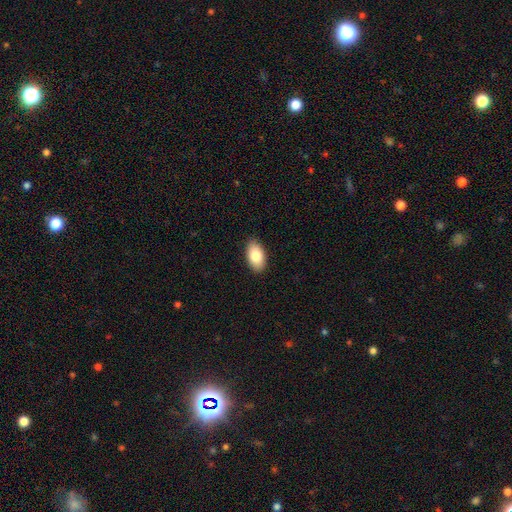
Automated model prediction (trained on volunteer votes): Morphology: type=smooth (84%); roundness=in between (94%); merging=none (89%).